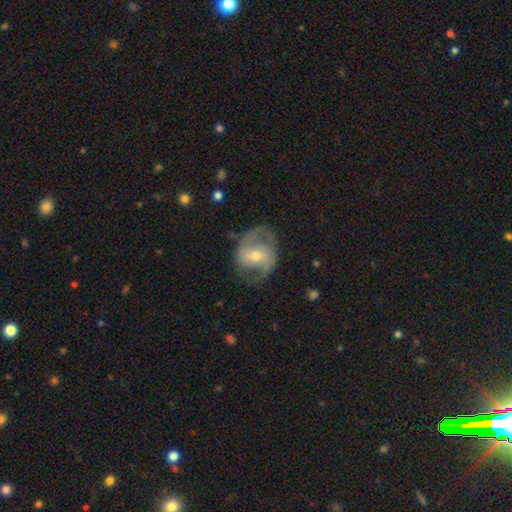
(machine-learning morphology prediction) This appears to be a featured or disk galaxy (76%) with a weak bar (40%), 2 (85%) medium (50%) spiral arms (84%) and a small central bulge (53%). Merging: none (67%).